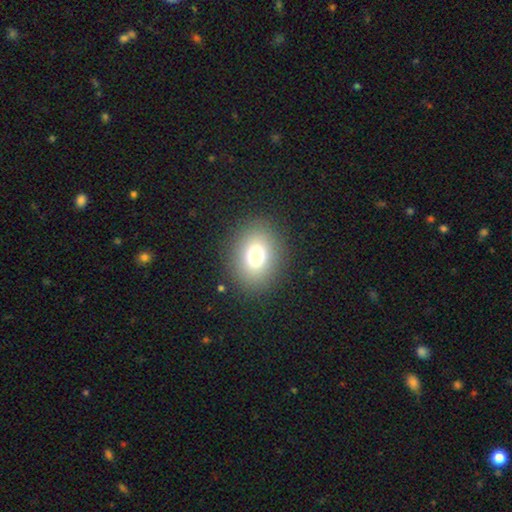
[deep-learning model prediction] The model was most divided on "how rounded": in between: 52%, round: 47%, cigar-shaped: 1%. More confident: merging — none (87%); smooth or featured — smooth (74%).